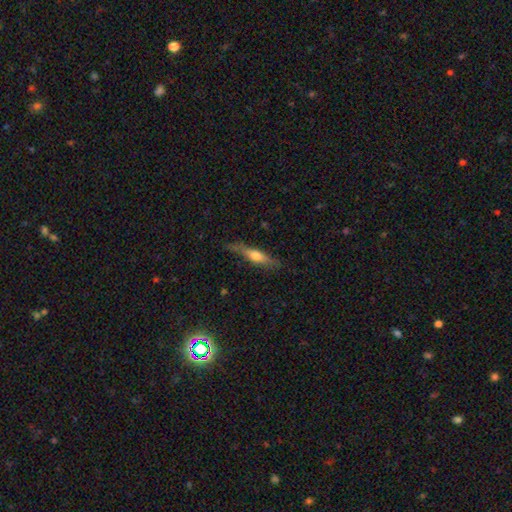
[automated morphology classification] A featured or disk galaxy (48%). Merging: none (72%).